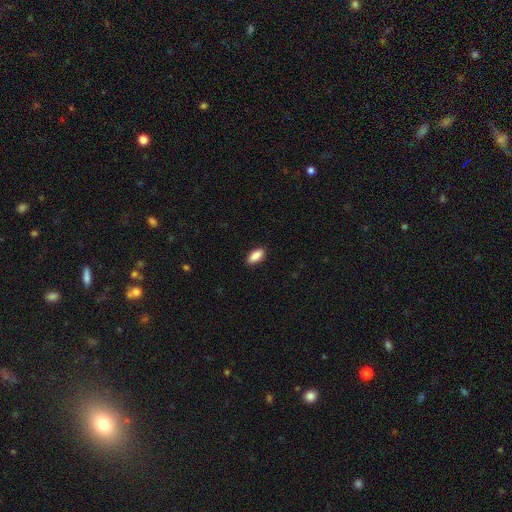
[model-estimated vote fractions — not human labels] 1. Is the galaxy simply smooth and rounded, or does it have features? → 89% smooth, 7% star or artifact, 4% featured or disk.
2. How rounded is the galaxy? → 90% in between, 7% cigar-shaped, 3% round.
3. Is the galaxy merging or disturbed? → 89% none, 9% minor disturbance, 2% major disturbance, 1% merger.